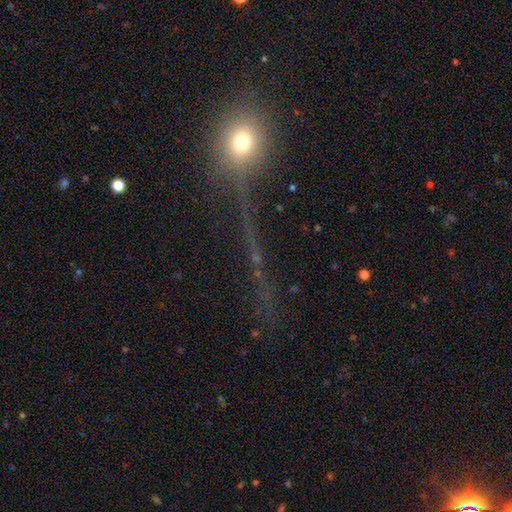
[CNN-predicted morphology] smooth_or_featured: star or artifact (p=0.51) [alt: smooth p=0.27]